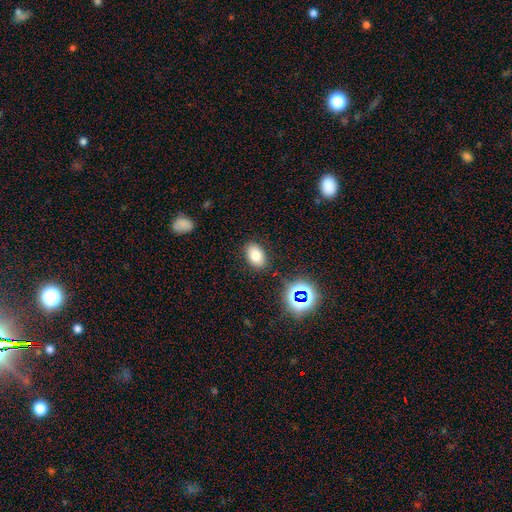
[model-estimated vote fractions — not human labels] A smooth galaxy with no disk features (74%) that is in between round and cigar-shaped (86%). Merging: none (85%).